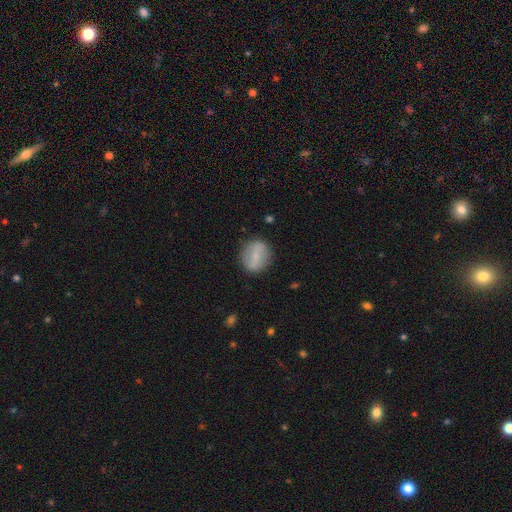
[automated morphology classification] Overall: smooth (59%; featured or disk 34%). How rounded: round (62%; in between 35%). Merging: none (84%).